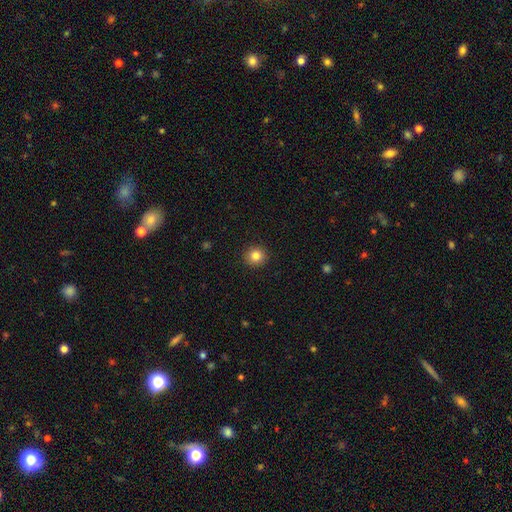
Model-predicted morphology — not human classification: This is clearly a smooth galaxy (83%). How rounded: clearly round (92%). Merging: clearly none (92%).